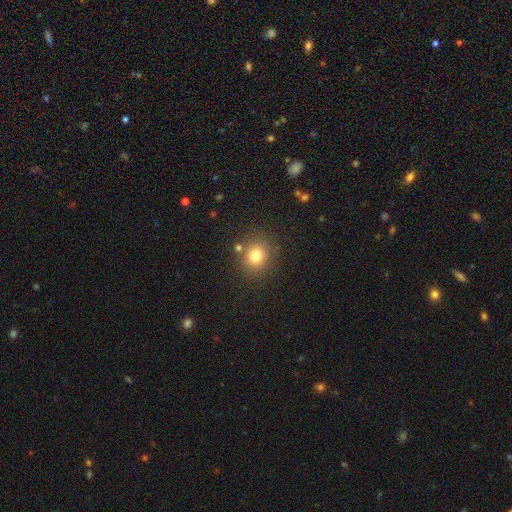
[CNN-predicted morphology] A smooth galaxy with no disk features (78%) that is round (80%).

Vote fractions:
- Smooth or featured? smooth: 78% / star or artifact: 14% / featured or disk: 8%
- How rounded? round: 80% / in between: 20% / cigar-shaped: 1%
- Merging? none: 78% / minor disturbance: 10% / merger: 8% / major disturbance: 4%